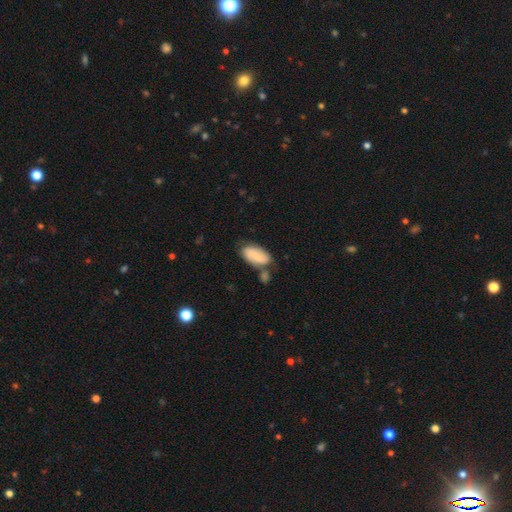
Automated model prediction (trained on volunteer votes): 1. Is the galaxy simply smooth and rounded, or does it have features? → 71% smooth, 22% featured or disk, 7% star or artifact.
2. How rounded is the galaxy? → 93% in between, 4% cigar-shaped, 3% round.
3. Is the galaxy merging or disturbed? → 51% none, 23% merger, 20% minor disturbance, 6% major disturbance.